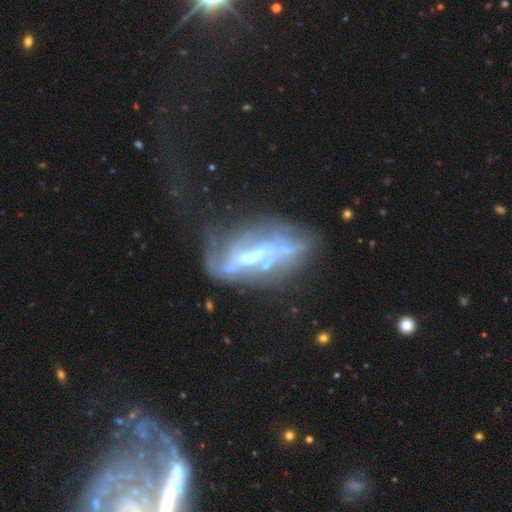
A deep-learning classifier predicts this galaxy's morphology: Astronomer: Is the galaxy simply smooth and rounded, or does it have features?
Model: featured or disk — 76%.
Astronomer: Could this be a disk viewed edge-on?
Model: no — 85%.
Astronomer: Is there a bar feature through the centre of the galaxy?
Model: strong — 38% (runner-up: weak, 31%).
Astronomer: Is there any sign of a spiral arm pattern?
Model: yes — 59% (runner-up: no, 41%).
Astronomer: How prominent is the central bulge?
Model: moderate — 49% (runner-up: small, 33%).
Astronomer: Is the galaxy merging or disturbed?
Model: major disturbance — 40% (runner-up: none, 29%).